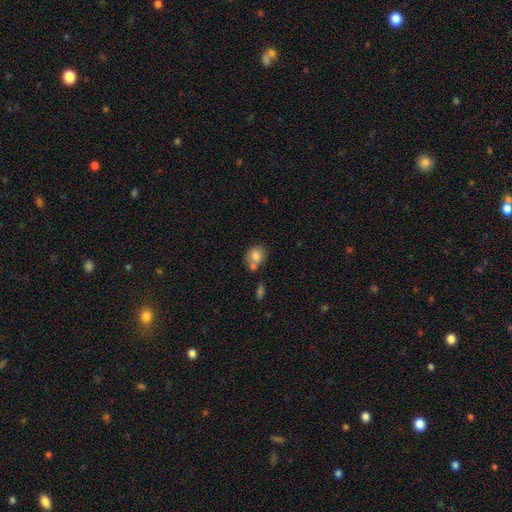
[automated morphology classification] type=smooth (76%); roundness=round (55%); merging=none (51%).